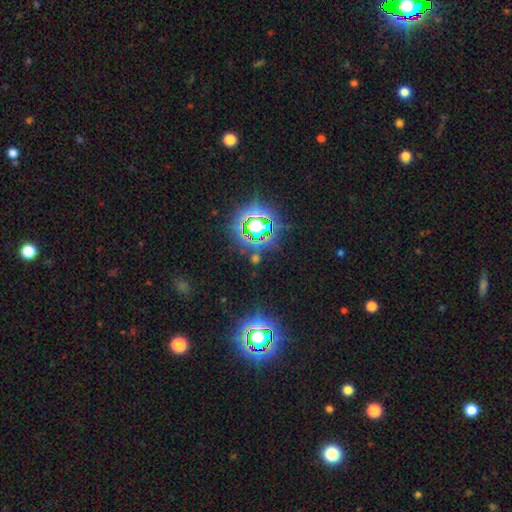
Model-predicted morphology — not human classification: star or artifact 75%, smooth 16%, featured or disk 9%.